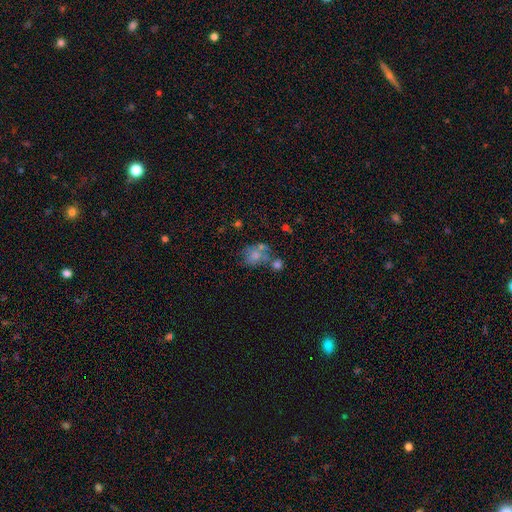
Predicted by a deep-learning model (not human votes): Smooth or featured? Predicted: smooth (p=0.57). How rounded? Predicted: in between (p=0.55). Merging? Predicted: merger (p=0.33).